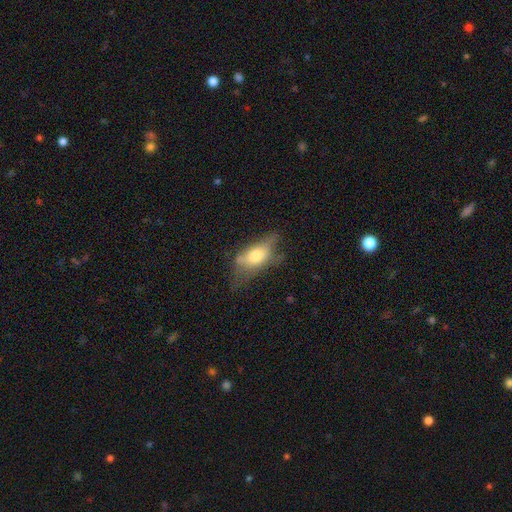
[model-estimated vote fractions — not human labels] smooth-or-featured: smooth: 58% | featured or disk: 34% | star or artifact: 9%
  how-rounded: in between: 80% | cigar-shaped: 14% | round: 6%
  merging: none: 36% | minor disturbance: 32% | major disturbance: 27% | merger: 4%